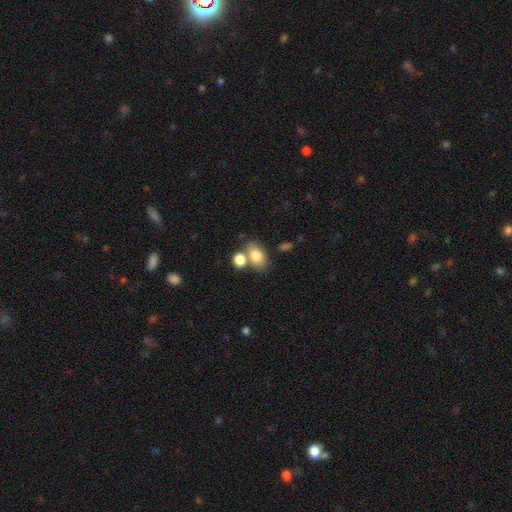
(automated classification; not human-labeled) A smooth galaxy with no disk features (79%) that is in between round and cigar-shaped (80%).

Vote fractions:
- Smooth or featured? smooth: 79% / featured or disk: 12% / star or artifact: 9%
- How rounded? in between: 80% / round: 18% / cigar-shaped: 1%
- Merging? none: 53% / merger: 32% / minor disturbance: 11% / major disturbance: 4%